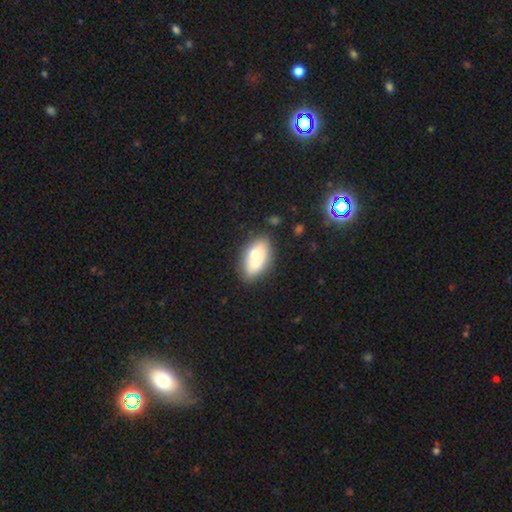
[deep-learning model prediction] Q: Smooth or featured?
A: smooth (63%); runner-up: featured or disk (29%)
Q: How rounded?
A: in between (92%); runner-up: round (5%)
Q: Merging?
A: none (66%); runner-up: minor disturbance (22%)